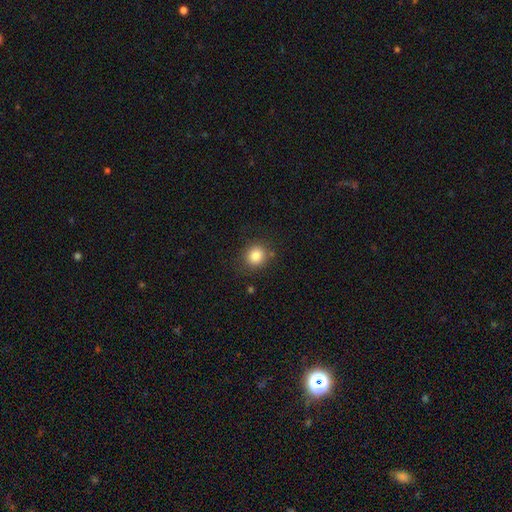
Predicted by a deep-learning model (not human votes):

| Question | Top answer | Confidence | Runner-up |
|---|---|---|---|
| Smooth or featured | smooth | 83% | star or artifact (11%) |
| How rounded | round | 82% | in between (17%) |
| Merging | none | 82% | minor disturbance (11%) |